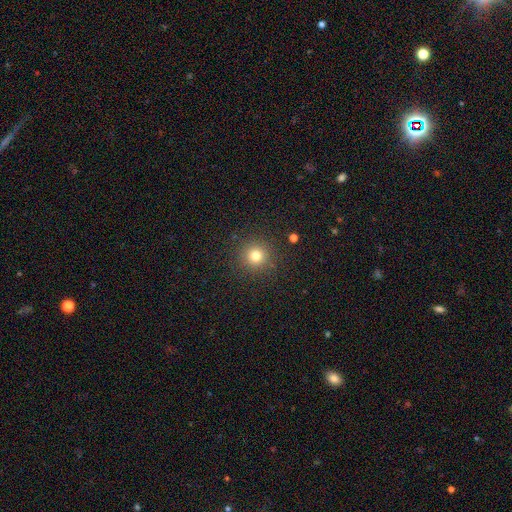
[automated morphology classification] A smooth galaxy with no disk features (78%) that is round (95%). Merging: none (90%).